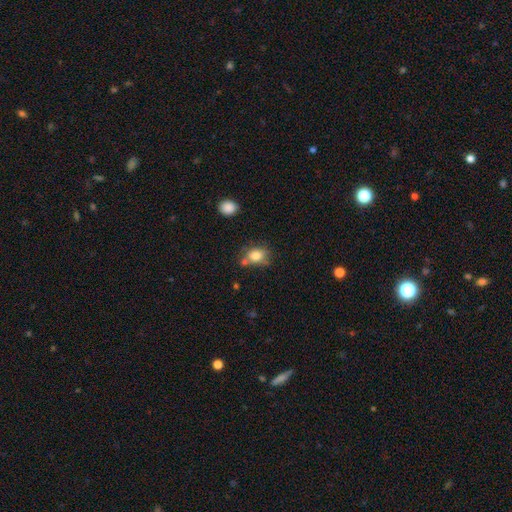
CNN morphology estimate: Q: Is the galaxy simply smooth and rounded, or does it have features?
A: smooth — 80%.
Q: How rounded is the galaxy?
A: in between — 63%.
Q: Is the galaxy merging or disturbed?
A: none — 58%.